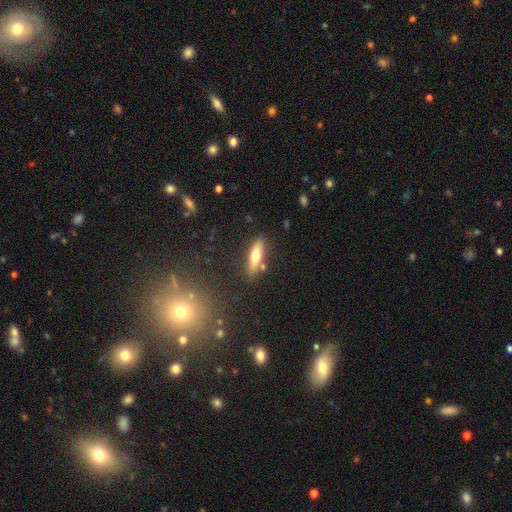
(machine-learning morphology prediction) type=smooth (61%); roundness=cigar-shaped (54%); merging=none (77%).